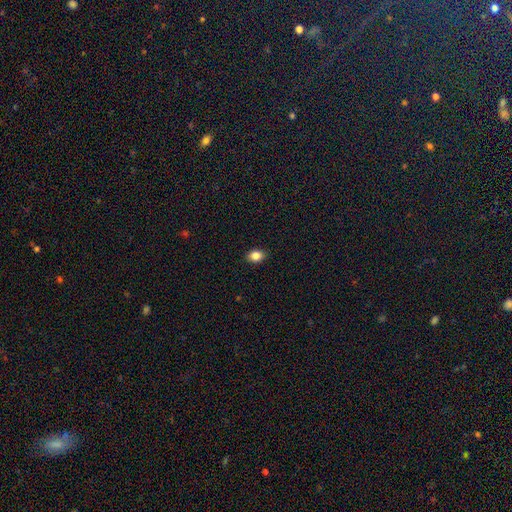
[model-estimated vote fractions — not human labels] A smooth galaxy with no disk features (85%) that is in between round and cigar-shaped (72%).

Vote fractions:
- Smooth or featured? smooth: 85% / star or artifact: 9% / featured or disk: 5%
- How rounded? in between: 72% / round: 27% / cigar-shaped: 1%
- Merging? none: 89% / minor disturbance: 8% / major disturbance: 2% / merger: 1%